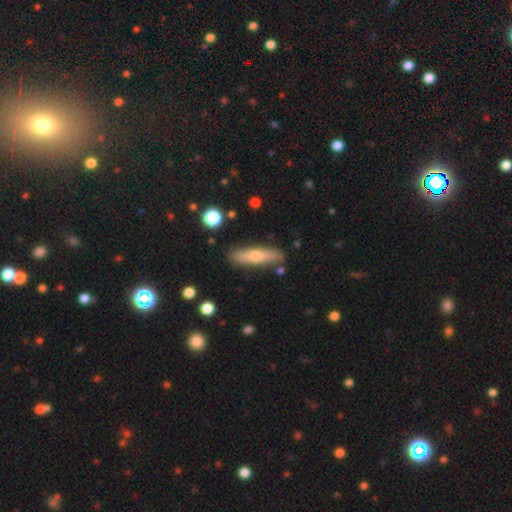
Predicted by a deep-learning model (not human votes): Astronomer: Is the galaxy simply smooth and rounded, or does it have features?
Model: smooth — 50% (runner-up: featured or disk, 43%).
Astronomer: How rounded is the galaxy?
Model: cigar-shaped — 80%.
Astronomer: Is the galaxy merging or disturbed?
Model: none — 85%.